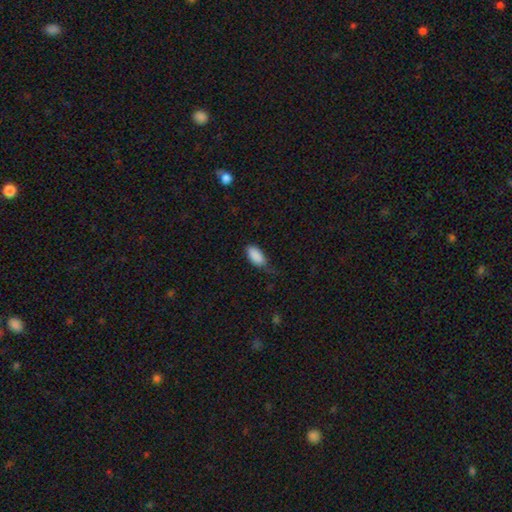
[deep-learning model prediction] Smooth or featured: smooth — 89% (star or artifact — 7%)
How rounded: in between — 93% (cigar-shaped — 5%)
Merging: none — 55% (minor disturbance — 34%)